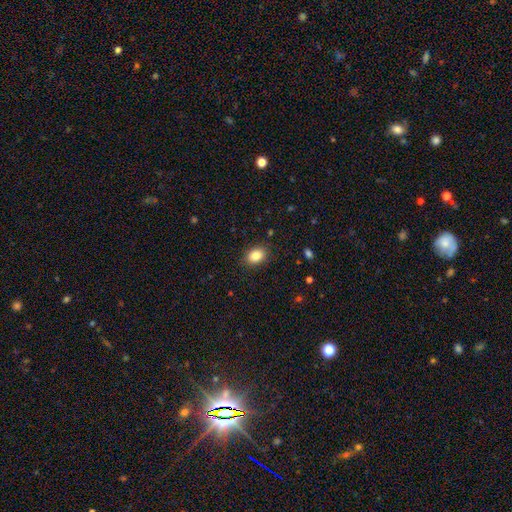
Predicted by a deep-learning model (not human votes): A smooth galaxy with no disk features (86%) that is in between round and cigar-shaped (78%).

Vote fractions:
- Smooth or featured? smooth: 86% / star or artifact: 9% / featured or disk: 5%
- How rounded? in between: 78% / round: 21% / cigar-shaped: 1%
- Merging? none: 87% / minor disturbance: 10% / major disturbance: 3% / merger: 1%